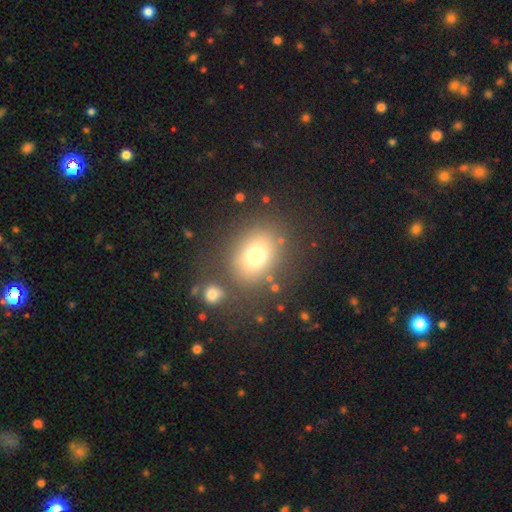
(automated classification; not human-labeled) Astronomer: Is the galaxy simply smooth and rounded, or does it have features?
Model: smooth — 74%.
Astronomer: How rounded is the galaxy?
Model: round — 51% (runner-up: in between, 48%).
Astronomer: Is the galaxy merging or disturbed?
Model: none — 77%.